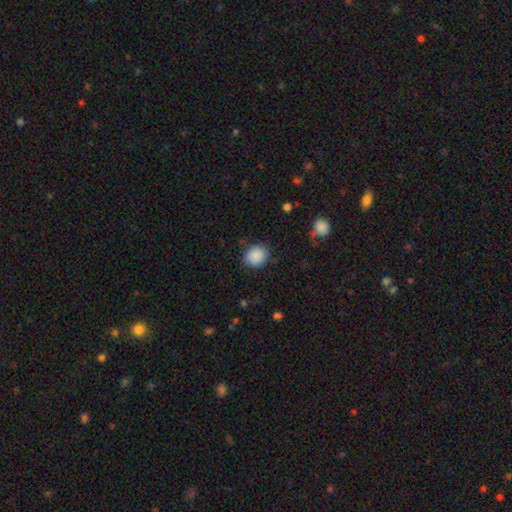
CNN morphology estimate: Smooth or featured? smooth (88%)
How rounded? round (66%)
Merging? none (84%)